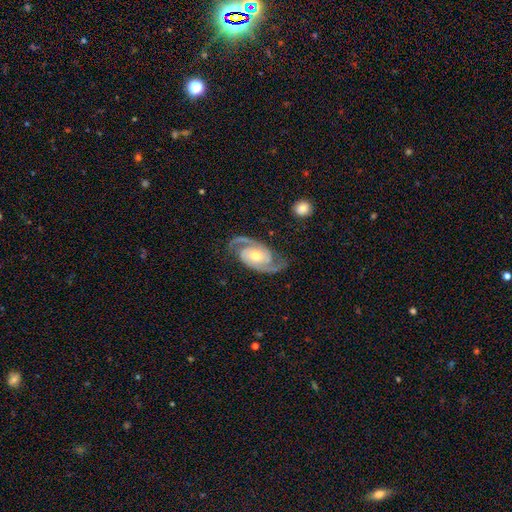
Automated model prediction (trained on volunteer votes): Morphology: type=featured or disk (93%); edge-on=no (97%); bar=no (61%); spiral arms=yes (98%); winding=medium (54%); arm count=2 (94%); bulge=moderate (64%); merging=none (82%).